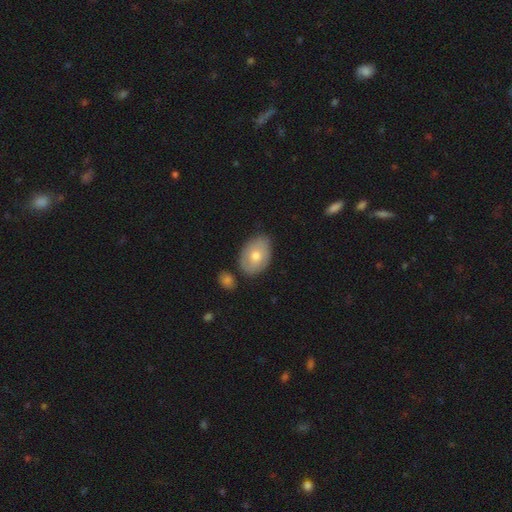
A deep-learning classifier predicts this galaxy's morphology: This appears to be a smooth galaxy with no disk features (64%) that is in between round and cigar-shaped (83%). Merging: none (74%).